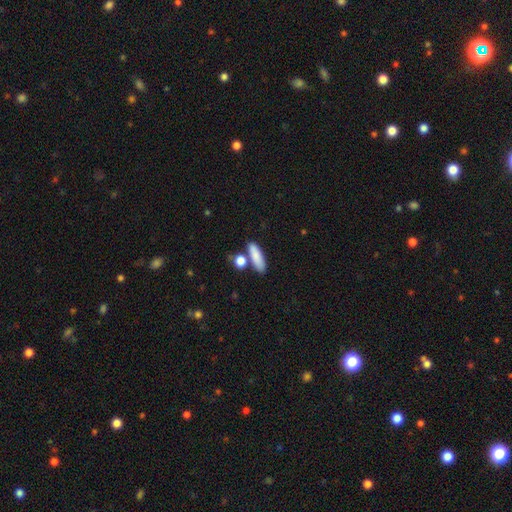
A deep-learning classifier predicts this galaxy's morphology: Smooth or featured? Predicted: smooth (p=0.83). How rounded? Predicted: in between (p=0.53). Merging? Predicted: none (p=0.68).